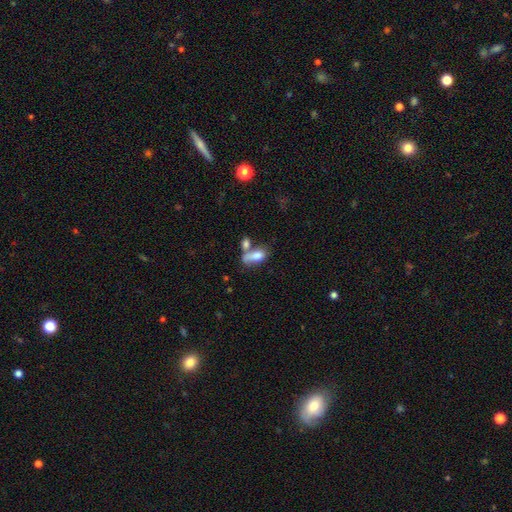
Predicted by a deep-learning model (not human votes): smooth_or_featured: smooth (p=0.75) [alt: featured or disk p=0.16]
how_rounded: in between (p=0.83) [alt: cigar-shaped p=0.10]
merging: merger (p=0.47) [alt: none p=0.26]